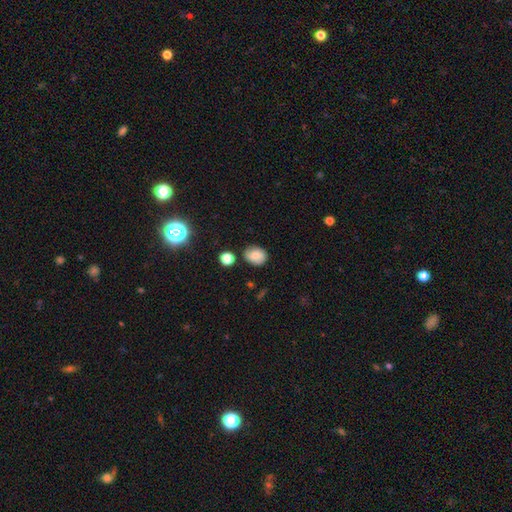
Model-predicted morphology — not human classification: smooth 76%, featured or disk 13%, star or artifact 11%. Down the decision tree: how rounded — in between (53%); merging — none (78%).